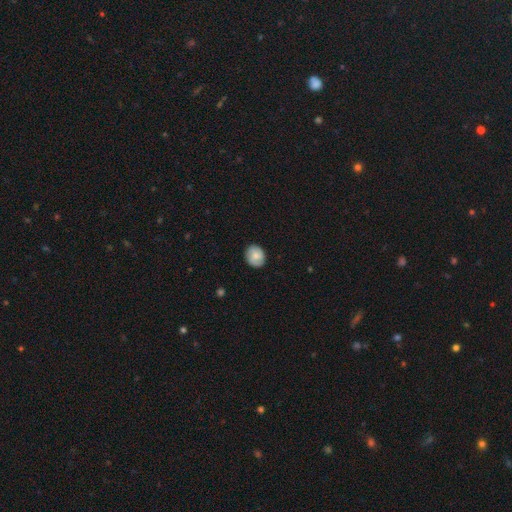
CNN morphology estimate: A smooth galaxy with no disk features (62%) that is round (70%). Merging: none (85%).